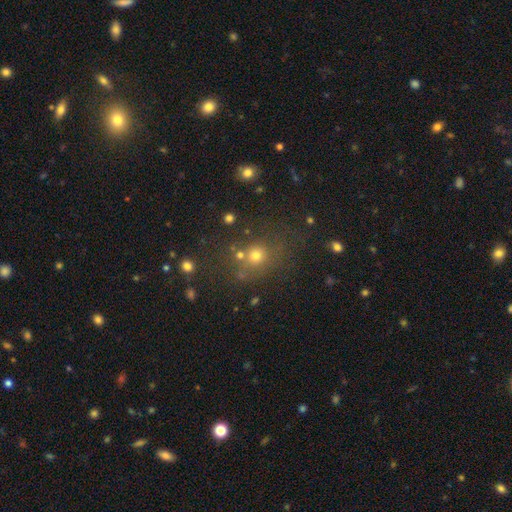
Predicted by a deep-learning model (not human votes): smooth 68%, star or artifact 23%, featured or disk 10%. Down the decision tree: how rounded — round (78%); merging — none (70%).